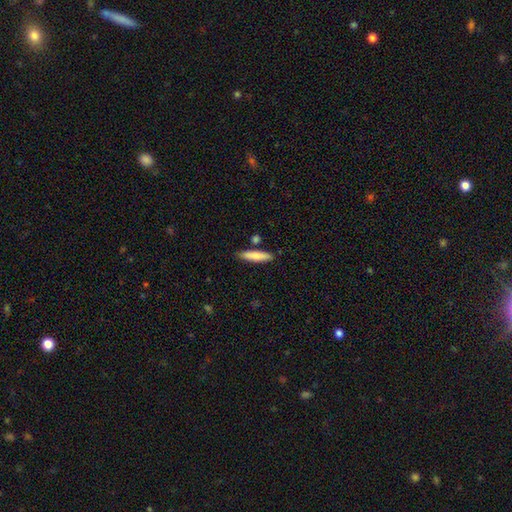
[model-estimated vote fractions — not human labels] Morphology: type=smooth (79%); roundness=cigar-shaped (83%); merging=none (83%).